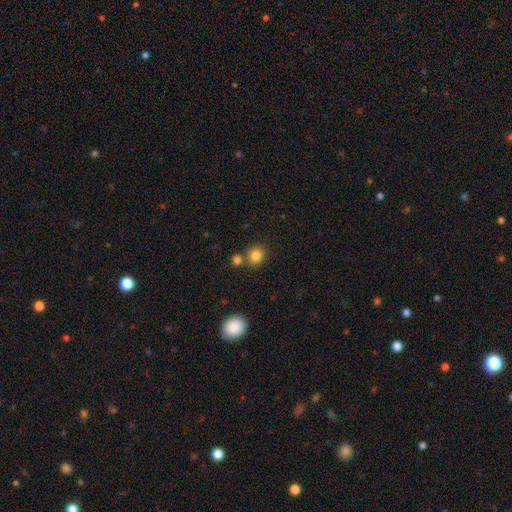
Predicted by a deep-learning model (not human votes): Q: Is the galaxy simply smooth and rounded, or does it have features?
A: smooth — 84%.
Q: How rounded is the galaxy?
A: round — 76%.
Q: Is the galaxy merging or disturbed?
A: none — 68%.